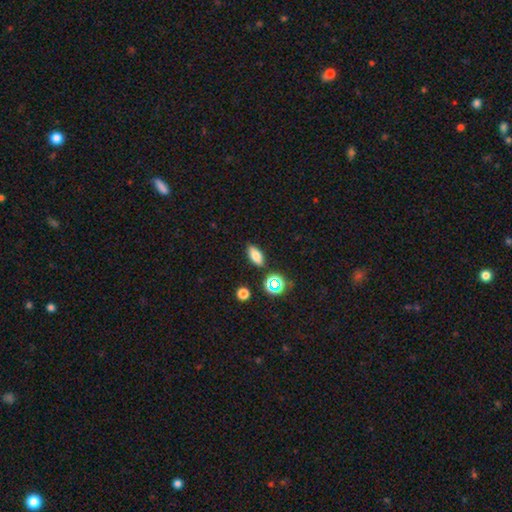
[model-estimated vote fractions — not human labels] smooth-or-featured: smooth: 75% | star or artifact: 14% | featured or disk: 11%
  how-rounded: in between: 81% | cigar-shaped: 12% | round: 7%
  merging: none: 84% | minor disturbance: 10% | merger: 3% | major disturbance: 3%